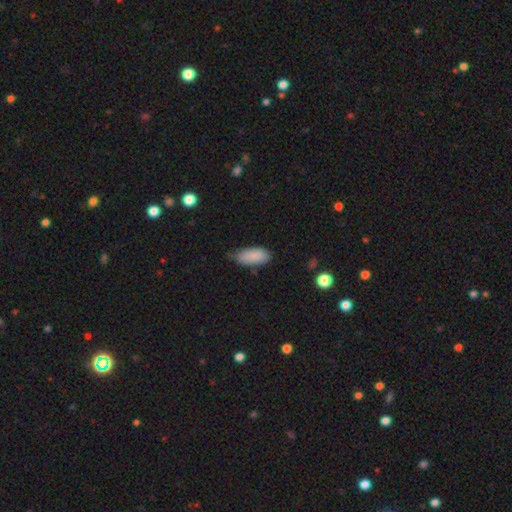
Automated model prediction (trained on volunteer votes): The model was most divided on "merging": none: 52%, minor disturbance: 39%, major disturbance: 7%, merger: 3%. More confident: how rounded — in between (89%); smooth or featured — smooth (86%).